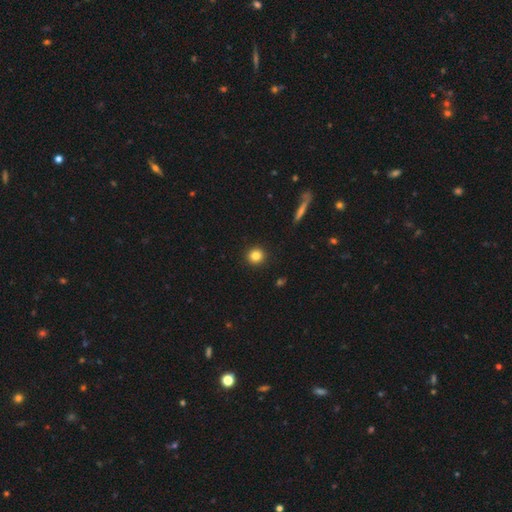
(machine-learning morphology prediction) Smooth or featured?
  - smooth: 83% *
  - star or artifact: 11%
  - featured or disk: 6%
How rounded?
  - round: 94% *
  - in between: 5%
  - cigar-shaped: 1%
Merging?
  - none: 93% *
  - minor disturbance: 5%
  - major disturbance: 2%
  - merger: 1%